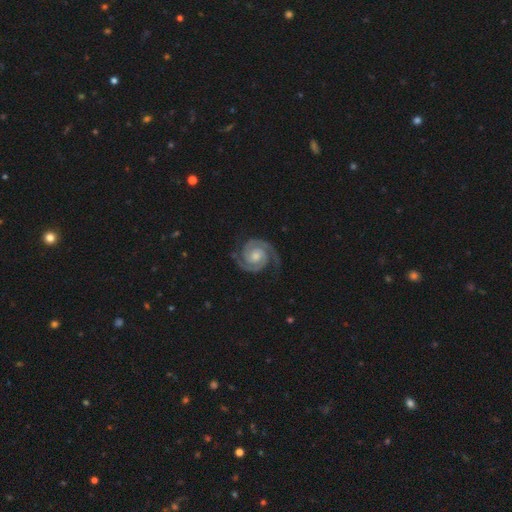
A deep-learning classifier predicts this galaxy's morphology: Smooth or featured?
  - featured or disk: 93% *
  - star or artifact: 4%
  - smooth: 3%
Edge-on disk?
  - no: 98% *
  - yes: 2%
Bar?
  - no: 63% *
  - weak: 28%
  - strong: 9%
Spiral arms?
  - yes: 99% *
  - no: 1%
Spiral winding?
  - tight: 62% *
  - medium: 33%
  - loose: 4%
Spiral arm count?
  - 2: 93% *
  - 3: 2%
  - can't tell: 2%
  - 1: 1%
  - 4: 1%
  - more than 4: 1%
Bulge size?
  - moderate: 54% *
  - small: 31%
  - none: 7%
  - large: 6%
  - dominant: 1%
Merging?
  - none: 81% *
  - minor disturbance: 13%
  - major disturbance: 5%
  - merger: 1%